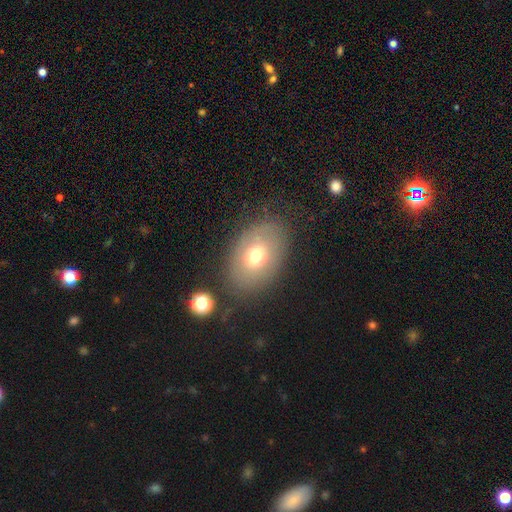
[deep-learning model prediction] Q: Smooth or featured?
A: smooth (65%); runner-up: featured or disk (25%)
Q: How rounded?
A: in between (81%); runner-up: round (18%)
Q: Merging?
A: none (74%); runner-up: minor disturbance (15%)